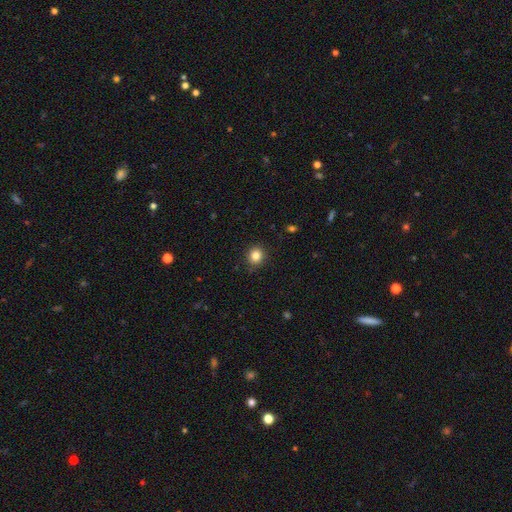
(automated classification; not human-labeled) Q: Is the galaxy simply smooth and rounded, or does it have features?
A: smooth — 83%.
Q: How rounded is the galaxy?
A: round — 86%.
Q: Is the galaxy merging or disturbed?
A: none — 89%.